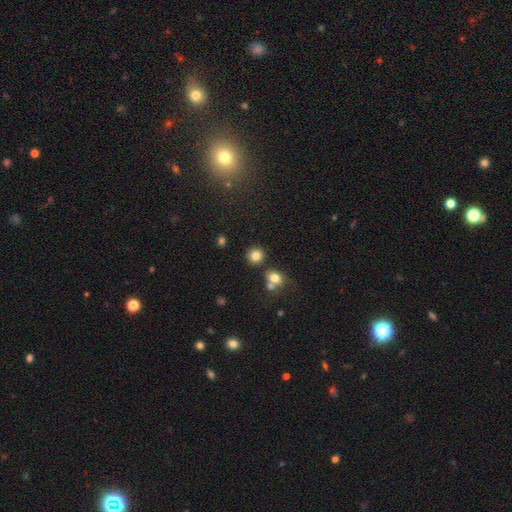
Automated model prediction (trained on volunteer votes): Smooth or featured? Predicted: smooth (p=0.81). How rounded? Predicted: round (p=0.88). Merging? Predicted: none (p=0.80).